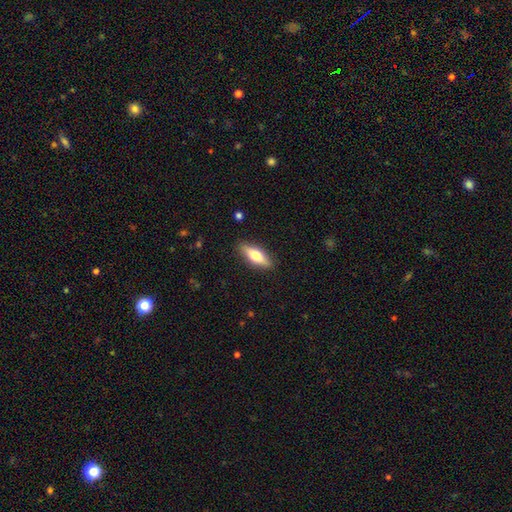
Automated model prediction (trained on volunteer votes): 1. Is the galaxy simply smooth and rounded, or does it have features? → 59% smooth, 35% featured or disk, 6% star or artifact.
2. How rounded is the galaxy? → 54% in between, 43% cigar-shaped, 3% round.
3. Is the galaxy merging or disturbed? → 88% none, 9% minor disturbance, 2% major disturbance, 1% merger.